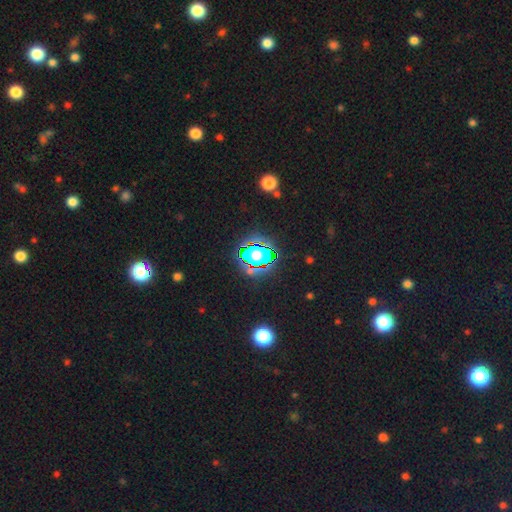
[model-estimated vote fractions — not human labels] Q: Smooth or featured?
A: star or artifact (58%); runner-up: smooth (27%)